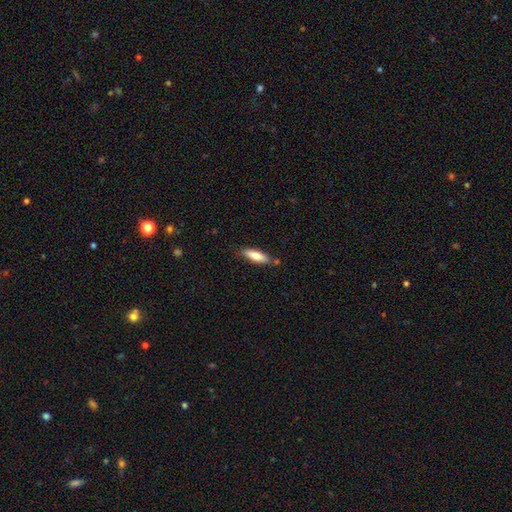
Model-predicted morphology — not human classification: smooth-or-featured: smooth: 71% | featured or disk: 23% | star or artifact: 6%
  how-rounded: cigar-shaped: 53% | in between: 45% | round: 2%
  merging: none: 78% | minor disturbance: 15% | merger: 5% | major disturbance: 3%